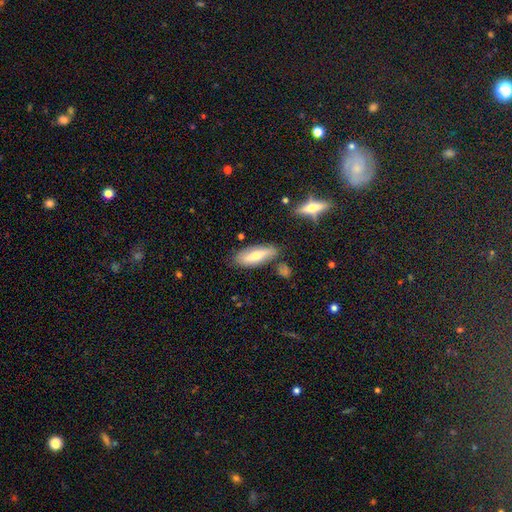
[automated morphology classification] Q: Smooth or featured?
A: smooth (58%); runner-up: featured or disk (36%)
Q: How rounded?
A: in between (64%); runner-up: cigar-shaped (34%)
Q: Merging?
A: none (76%); runner-up: minor disturbance (16%)